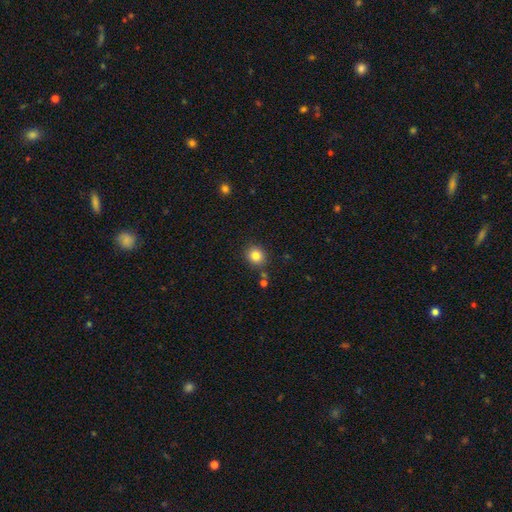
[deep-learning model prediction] Smooth or featured: smooth — 83% (star or artifact — 11%)
How rounded: round — 79% (in between — 20%)
Merging: none — 83% (minor disturbance — 10%)